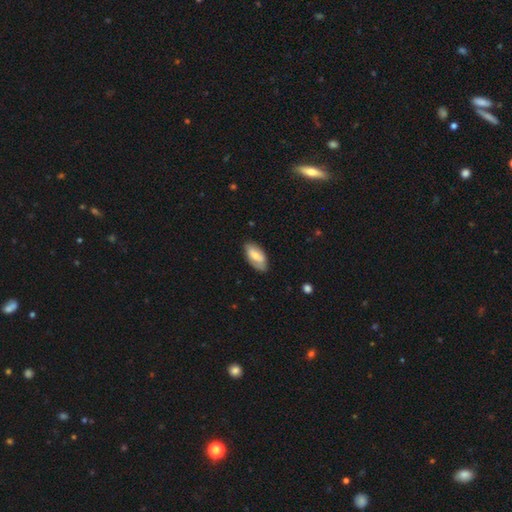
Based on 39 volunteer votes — This appears to be a smooth galaxy with no disk features (62%) that is in between round and cigar-shaped (96%). Merging: none (59%).